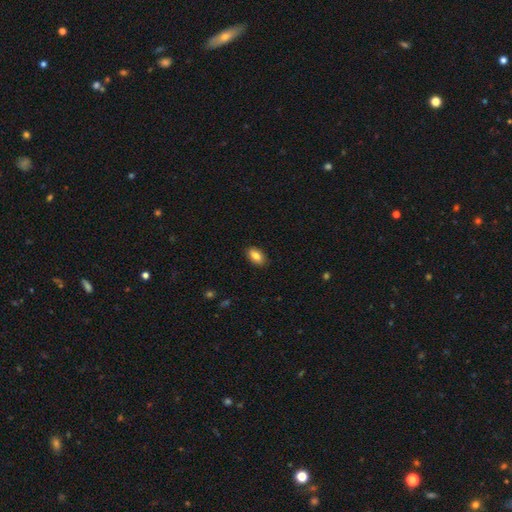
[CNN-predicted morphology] This is clearly a smooth galaxy (85%). How rounded: clearly in between (92%). Merging: clearly none (88%).